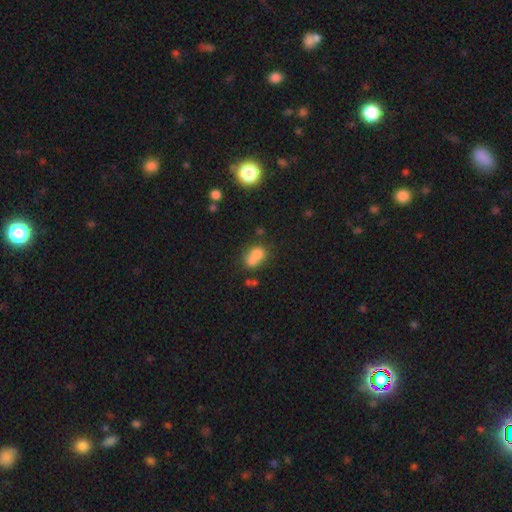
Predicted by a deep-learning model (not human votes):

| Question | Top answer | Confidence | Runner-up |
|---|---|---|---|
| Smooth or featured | smooth | 71% | featured or disk (16%) |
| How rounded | round | 49% | tied: in between (49%) |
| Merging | merger | 55% | none (29%) |